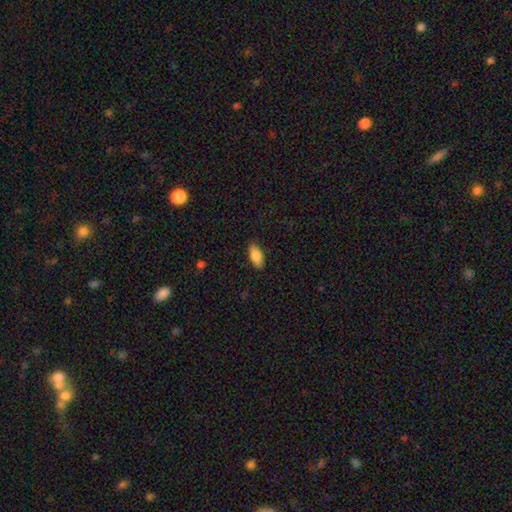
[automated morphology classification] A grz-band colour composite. It shows a smooth galaxy with no disk features (85%) that is in between round and cigar-shaped (88%). Merging: none (87%).